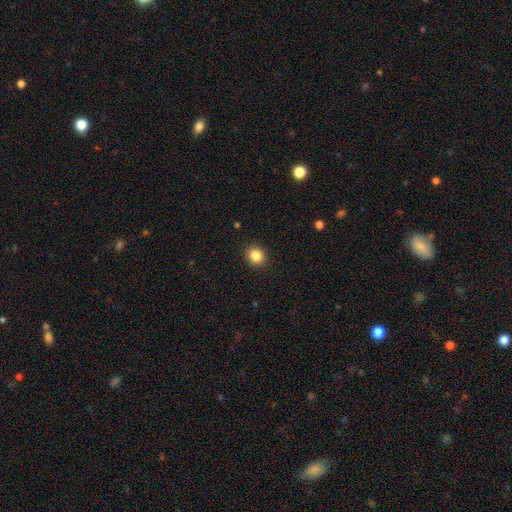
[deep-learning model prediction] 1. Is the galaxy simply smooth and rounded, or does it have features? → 85% smooth, 10% star or artifact, 5% featured or disk.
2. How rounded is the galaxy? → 76% round, 23% in between, 1% cigar-shaped.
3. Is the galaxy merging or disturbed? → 92% none, 6% minor disturbance, 2% major disturbance, 1% merger.